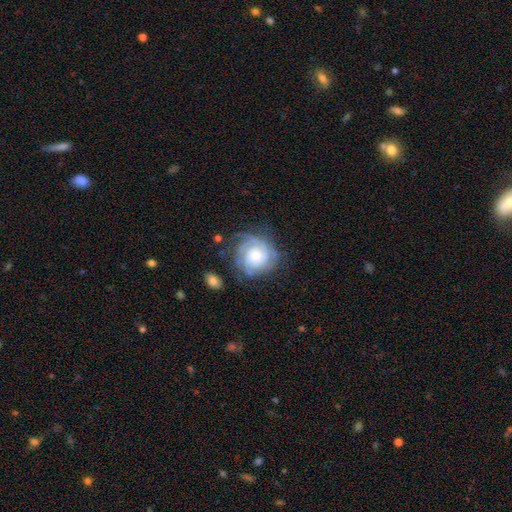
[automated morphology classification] This is likely a featured or disk galaxy (69%). It is clearly not viewed edge-on (98%). Bar: likely no (78%). Spiral arm pattern: clearly yes (88%). Spiral arm count: marginally can't tell (44%). Spiral winding: likely tight (68%). Central bulge: marginally moderate (35%). Merging: likely none (61%).